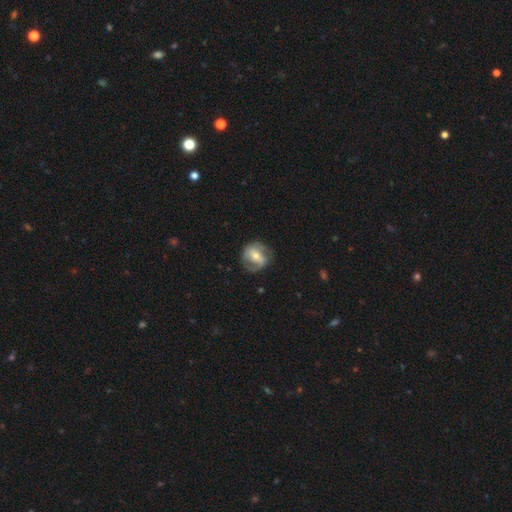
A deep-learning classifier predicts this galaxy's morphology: smooth_or_featured: featured or disk (p=0.65) [alt: smooth p=0.29]
disk_edge_on: no (p=0.96) [alt: yes p=0.04]
bar: weak (p=0.37) [tied with: strong p=0.37]
has_spiral_arms: yes (p=0.76) [alt: no p=0.24]
bulge_size: moderate (p=0.59) [alt: small p=0.34]
merging: none (p=0.69) [alt: minor disturbance p=0.19]